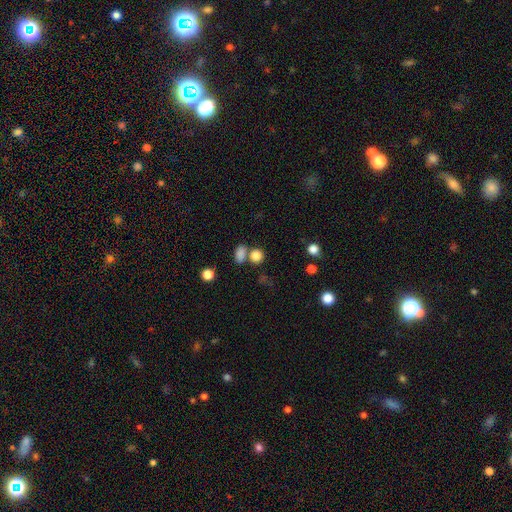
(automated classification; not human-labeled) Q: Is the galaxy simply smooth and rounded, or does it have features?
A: smooth — 83%.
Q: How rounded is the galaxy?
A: round — 73%.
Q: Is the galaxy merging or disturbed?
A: none — 57%.